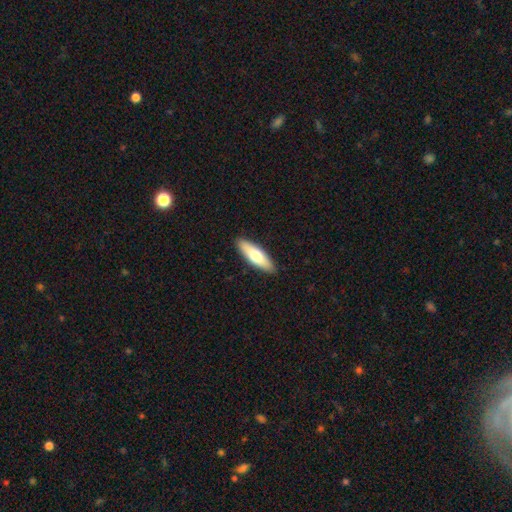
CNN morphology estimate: Smooth or featured? Predicted: smooth (p=0.65). How rounded? Predicted: in between (p=0.49, tied with cigar-shaped). Merging? Predicted: none (p=0.90).